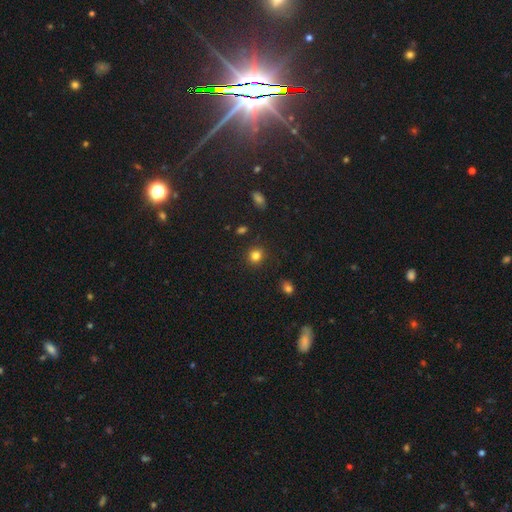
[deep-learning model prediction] Smooth or featured? Predicted: smooth (p=0.82). How rounded? Predicted: round (p=0.84). Merging? Predicted: none (p=0.89).